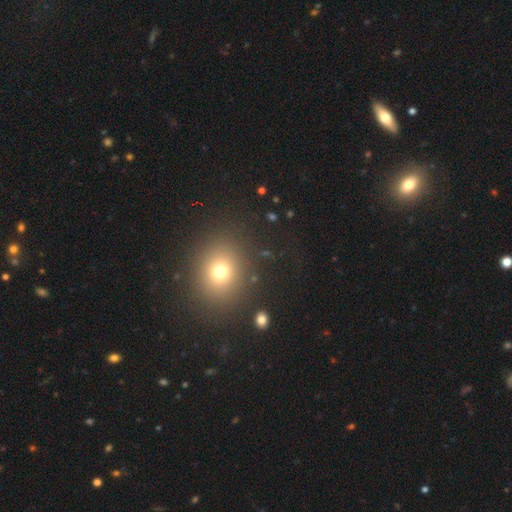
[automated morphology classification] This is likely a smooth galaxy (61%). How rounded: likely round (69%). Merging: clearly none (89%).